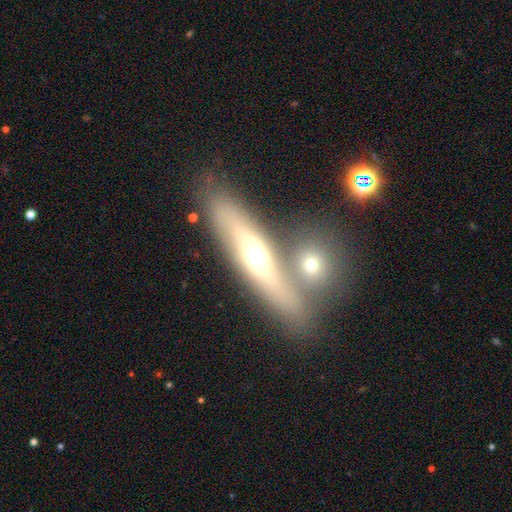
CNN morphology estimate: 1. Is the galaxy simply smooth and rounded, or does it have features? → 54% featured or disk, 38% smooth, 8% star or artifact.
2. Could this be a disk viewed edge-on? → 78% yes, 22% no.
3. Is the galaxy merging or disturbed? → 60% none, 24% merger, 11% minor disturbance, 4% major disturbance.